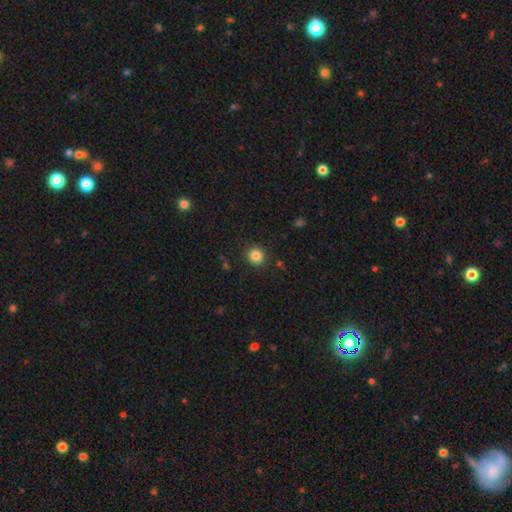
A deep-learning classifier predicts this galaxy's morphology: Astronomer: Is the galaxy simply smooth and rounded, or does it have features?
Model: smooth — 84%.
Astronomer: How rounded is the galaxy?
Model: round — 90%.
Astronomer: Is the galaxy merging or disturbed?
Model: none — 89%.